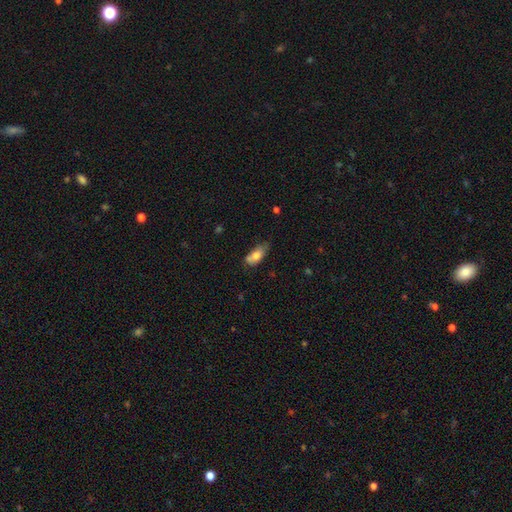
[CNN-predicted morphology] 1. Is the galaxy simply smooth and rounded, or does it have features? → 74% smooth, 18% featured or disk, 8% star or artifact.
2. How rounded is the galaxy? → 85% in between, 11% cigar-shaped, 4% round.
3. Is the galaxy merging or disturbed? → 47% none, 35% minor disturbance, 9% major disturbance, 9% merger.